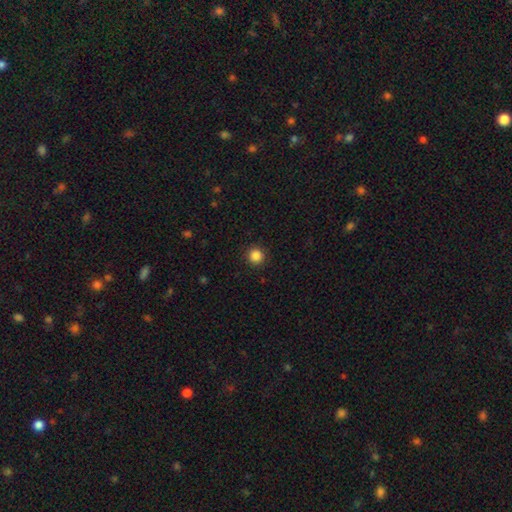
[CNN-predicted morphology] Overall: smooth (86%). How rounded: round (95%). Merging: none (92%).